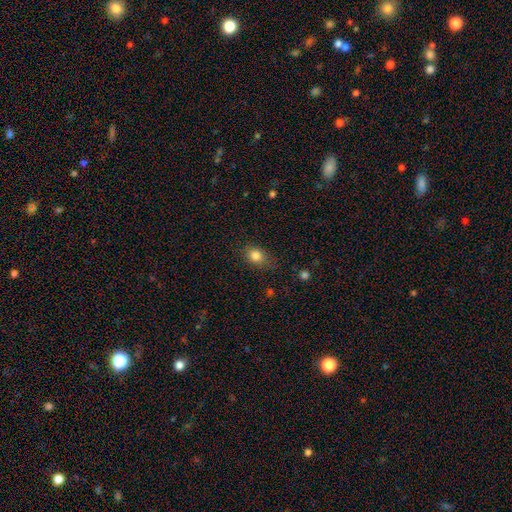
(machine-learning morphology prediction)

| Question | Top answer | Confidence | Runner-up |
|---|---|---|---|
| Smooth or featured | smooth | 82% | star or artifact (10%) |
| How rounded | in between | 62% | round (36%) |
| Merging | none | 71% | minor disturbance (21%) |